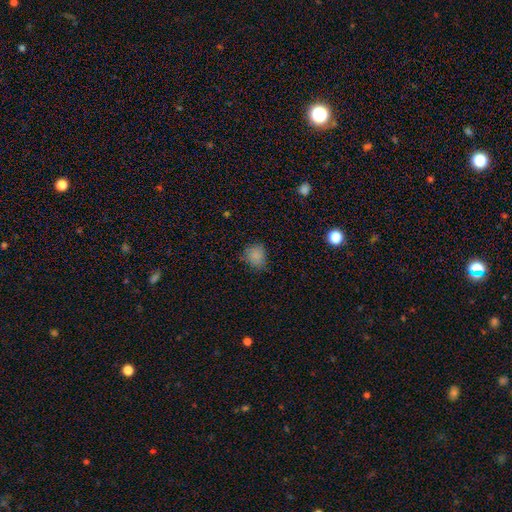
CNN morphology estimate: A smooth galaxy with no disk features (82%) that is round (78%). Merging: none (74%).